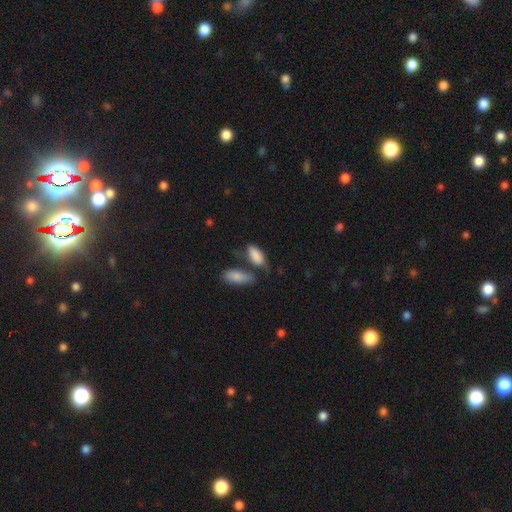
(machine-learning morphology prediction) smooth_or_featured: smooth (p=0.84) [alt: featured or disk p=0.09]
how_rounded: in between (p=0.85) [alt: cigar-shaped p=0.12]
merging: none (p=0.43) [alt: merger p=0.26]